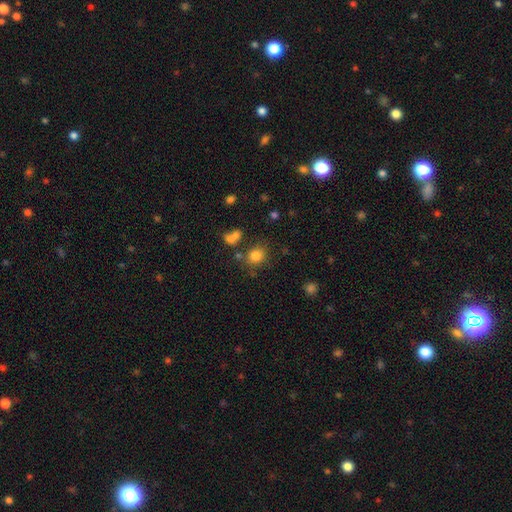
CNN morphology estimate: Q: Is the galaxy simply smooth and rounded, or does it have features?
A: smooth — 80%.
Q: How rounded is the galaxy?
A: round — 69%.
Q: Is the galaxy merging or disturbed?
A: none — 72%.